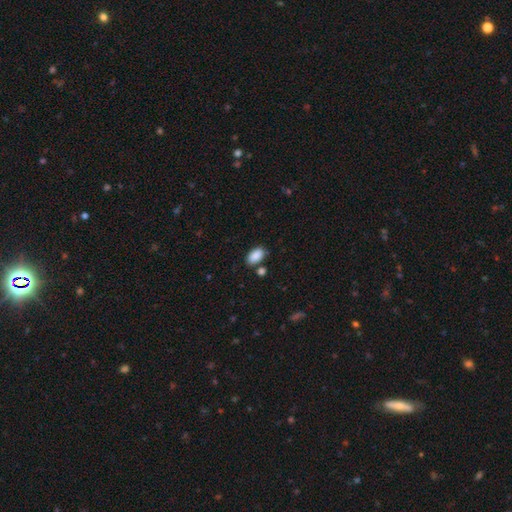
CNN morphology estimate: This appears to be a smooth galaxy with no disk features (89%) that is in between round and cigar-shaped (93%). Merging: none (75%).